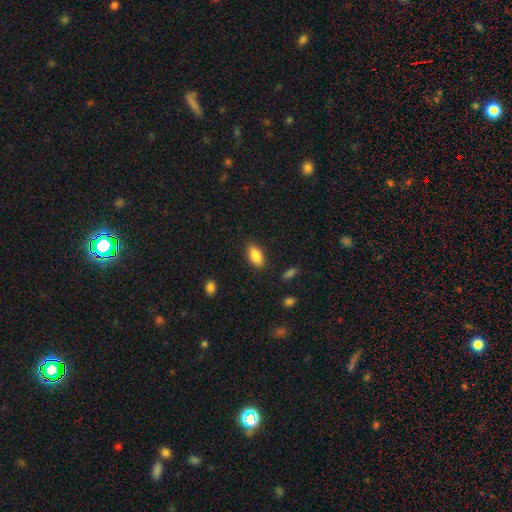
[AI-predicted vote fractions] Smooth or featured: smooth — 87% (star or artifact — 7%)
How rounded: in between — 91% (cigar-shaped — 6%)
Merging: none — 84% (minor disturbance — 11%)